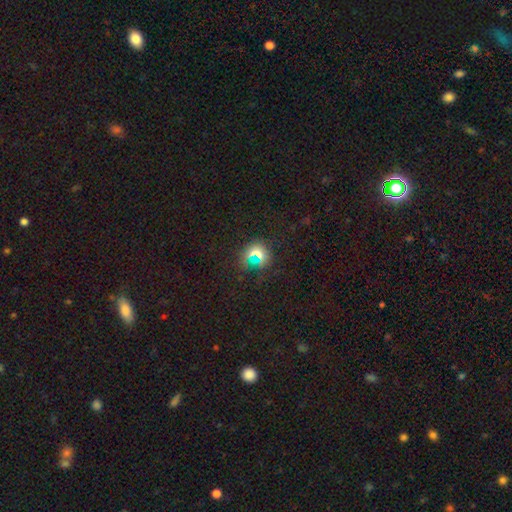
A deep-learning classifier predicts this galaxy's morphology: Smooth or featured: smooth — 53% (star or artifact — 37%)
How rounded: round — 84% (in between — 14%)
Merging: none — 79% (minor disturbance — 11%)